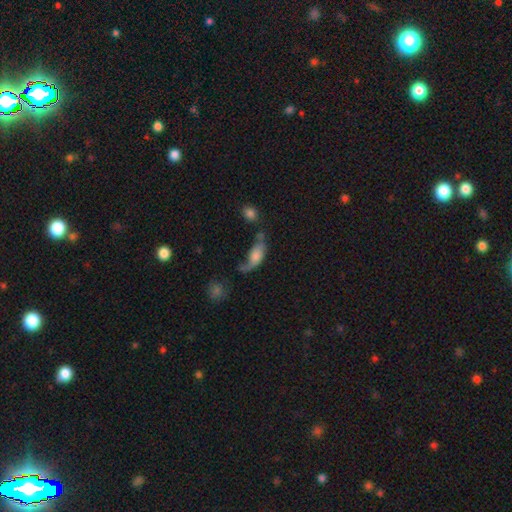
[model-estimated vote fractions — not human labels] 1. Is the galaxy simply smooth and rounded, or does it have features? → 57% smooth, 34% featured or disk, 9% star or artifact.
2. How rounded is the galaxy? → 79% in between, 15% cigar-shaped, 6% round.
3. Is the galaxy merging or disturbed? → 34% major disturbance, 25% none, 22% minor disturbance, 19% merger.